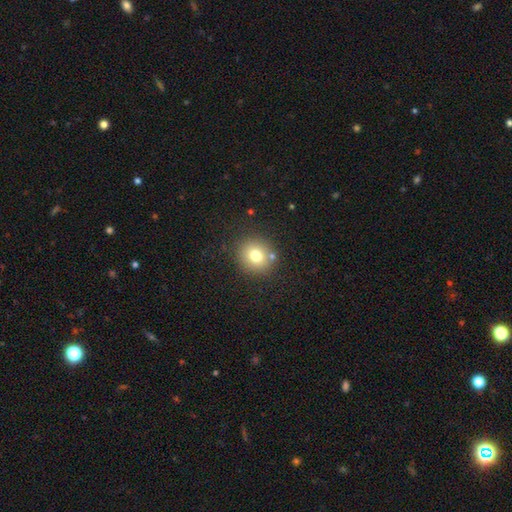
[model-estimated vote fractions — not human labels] This is likely a smooth galaxy (75%). How rounded: clearly round (87%). Merging: clearly none (83%).